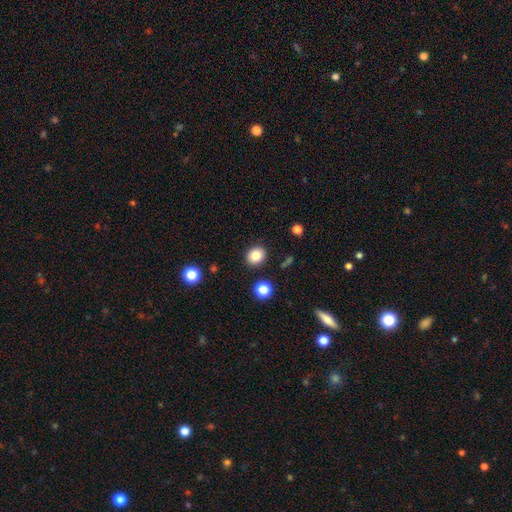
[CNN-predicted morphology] smooth 83%, star or artifact 11%, featured or disk 6%. Down the decision tree: how rounded — round (73%); merging — none (89%).